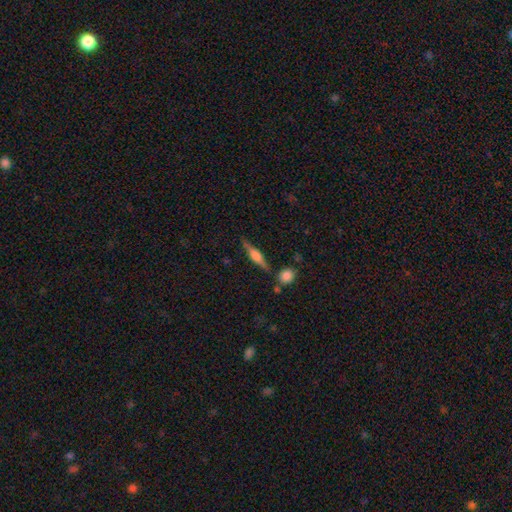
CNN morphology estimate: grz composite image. It shows a featured or disk galaxy (66%) viewed edge-on (96%) with a rounded central bulge (78%). Merging: none (83%).